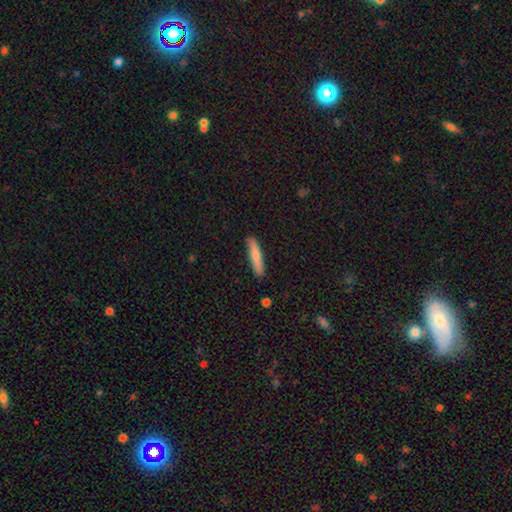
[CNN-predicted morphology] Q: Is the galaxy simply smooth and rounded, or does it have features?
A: smooth — 77%.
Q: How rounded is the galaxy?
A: cigar-shaped — 90%.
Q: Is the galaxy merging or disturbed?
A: none — 87%.